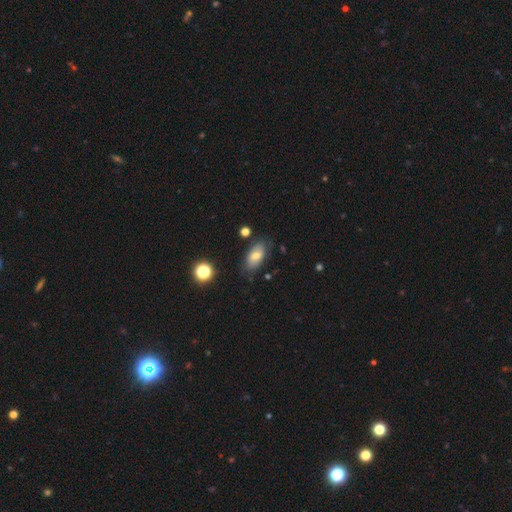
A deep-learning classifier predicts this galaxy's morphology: A smooth galaxy with no disk features (67%) that is in between round and cigar-shaped (90%). Merging: none (79%).